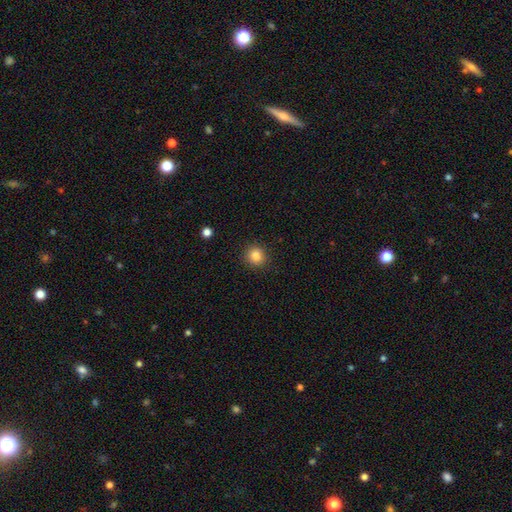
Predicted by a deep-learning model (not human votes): Morphology: type=smooth (85%); roundness=round (89%); merging=none (90%).